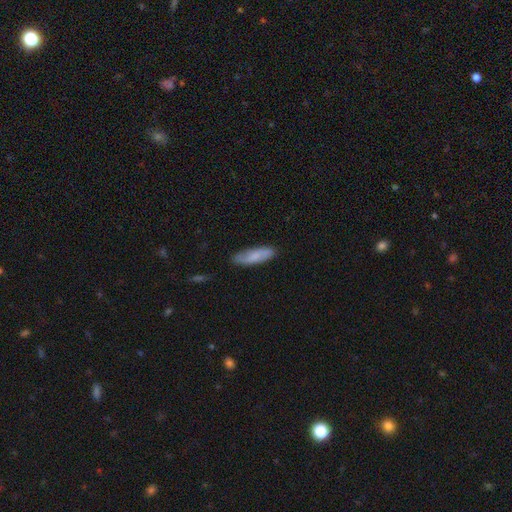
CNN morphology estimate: This appears to be a smooth galaxy with no disk features (71%) that is cigar-shaped (54%). Merging: none (80%).